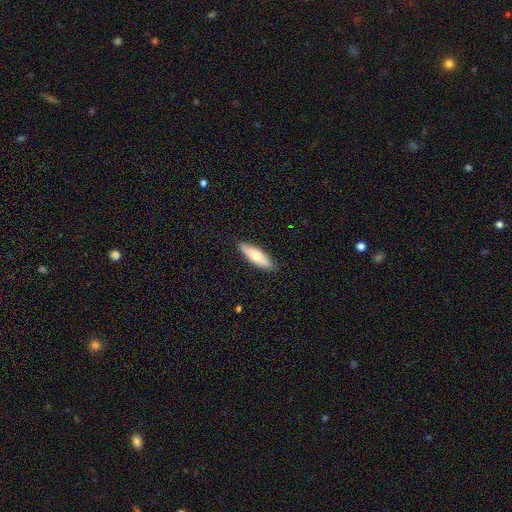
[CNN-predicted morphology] smooth_or_featured: smooth (p=0.62) [alt: featured or disk p=0.32]
how_rounded: in between (p=0.50) [alt: cigar-shaped p=0.48]
merging: none (p=0.87) [alt: minor disturbance p=0.11]